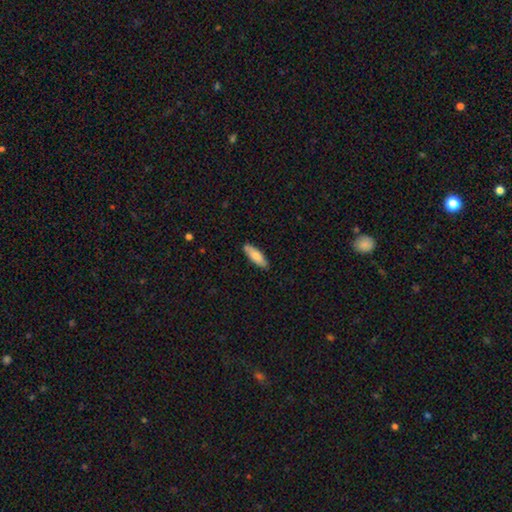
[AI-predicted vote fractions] smooth_or_featured: smooth (p=0.79) [alt: featured or disk p=0.16]
how_rounded: in between (p=0.59) [alt: cigar-shaped p=0.39]
merging: none (p=0.84) [alt: minor disturbance p=0.12]